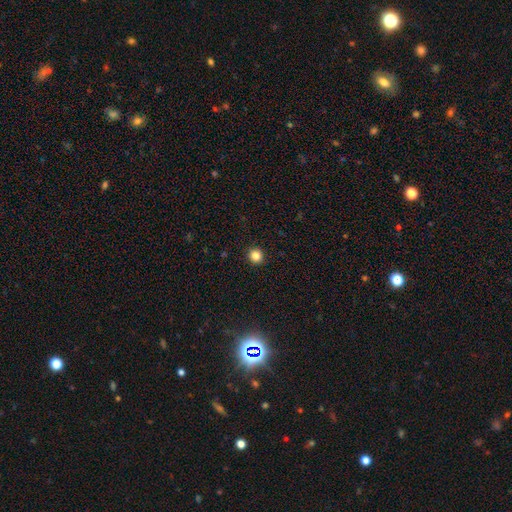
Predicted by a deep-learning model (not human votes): smooth 84%, star or artifact 11%, featured or disk 4%. Down the decision tree: how rounded — round (92%); merging — none (93%).